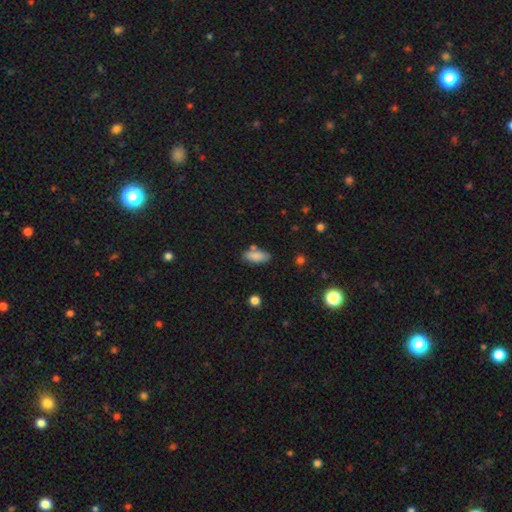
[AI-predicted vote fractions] Smooth or featured? smooth (85%)
How rounded? in between (82%)
Merging? none (73%)